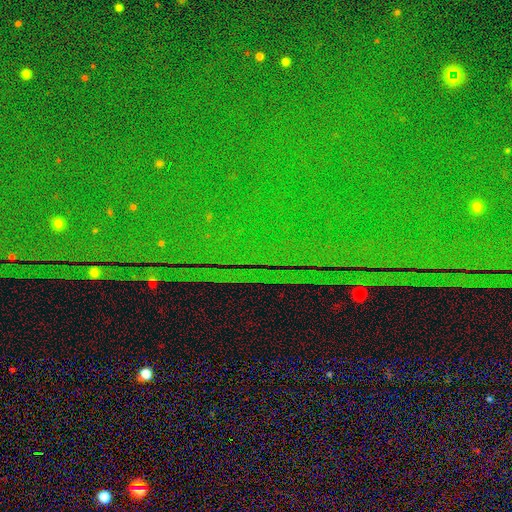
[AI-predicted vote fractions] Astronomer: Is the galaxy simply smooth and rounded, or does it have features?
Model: star or artifact — 89%.